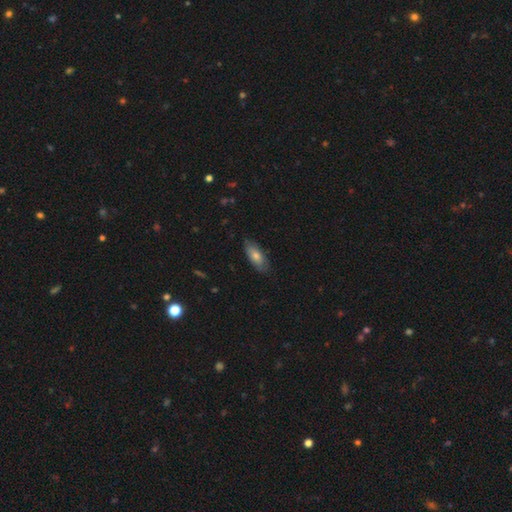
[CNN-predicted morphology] smooth_or_featured: smooth (p=0.63) [alt: featured or disk p=0.29]
how_rounded: in between (p=0.78) [alt: cigar-shaped p=0.19]
merging: none (p=0.81) [alt: minor disturbance p=0.15]